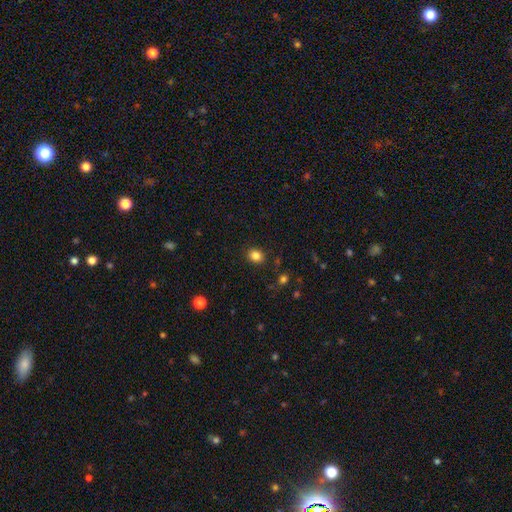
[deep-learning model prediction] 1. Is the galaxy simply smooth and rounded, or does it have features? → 84% smooth, 12% star or artifact, 5% featured or disk.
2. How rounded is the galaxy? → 63% round, 36% in between, 1% cigar-shaped.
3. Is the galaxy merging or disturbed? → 88% none, 8% minor disturbance, 2% major disturbance, 2% merger.